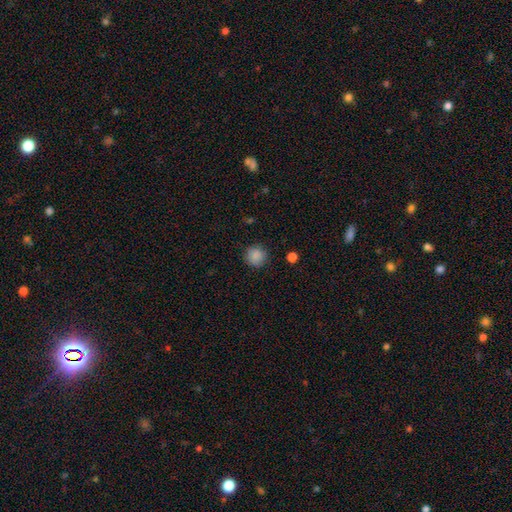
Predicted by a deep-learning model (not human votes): Smooth or featured: smooth — 87% (star or artifact — 9%)
How rounded: round — 93% (in between — 6%)
Merging: none — 88% (minor disturbance — 8%)